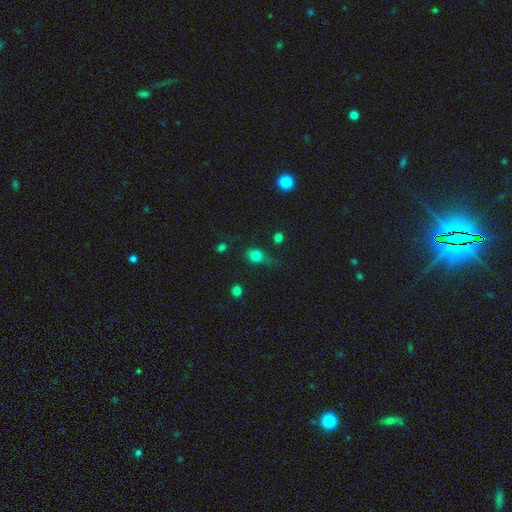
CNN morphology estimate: type=smooth (79%); roundness=round (68%); merging=none (56%).